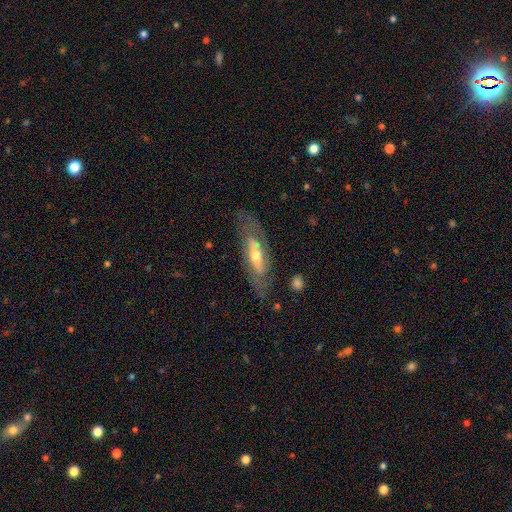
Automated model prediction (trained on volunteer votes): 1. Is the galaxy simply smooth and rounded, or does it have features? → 66% featured or disk, 28% smooth, 6% star or artifact.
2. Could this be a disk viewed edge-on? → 69% no, 31% yes.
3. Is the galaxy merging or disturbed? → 73% none, 17% minor disturbance, 8% major disturbance, 2% merger.